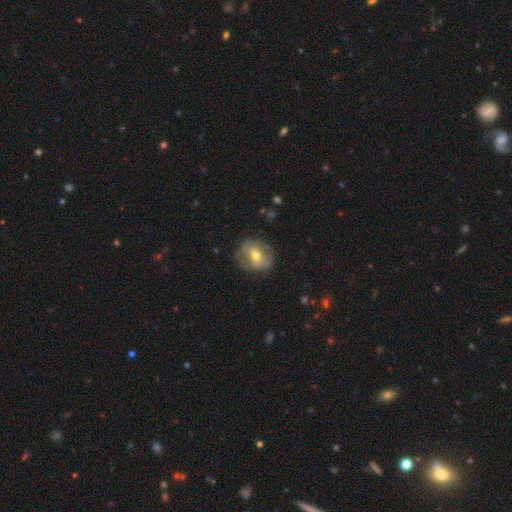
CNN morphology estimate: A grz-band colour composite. It shows a smooth galaxy with no disk features (48%). Merging: none (71%).